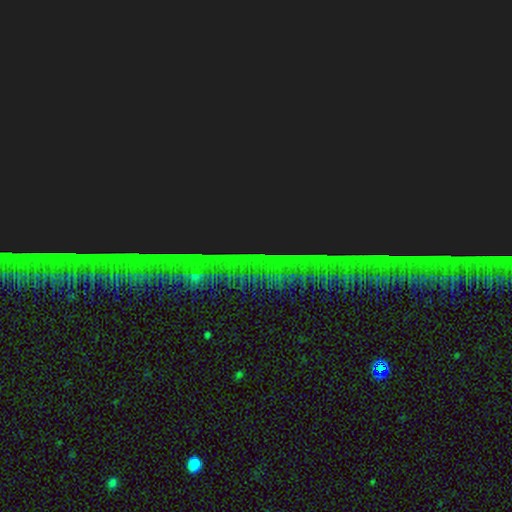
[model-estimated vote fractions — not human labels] Q: Smooth or featured?
A: star or artifact (87%); runner-up: featured or disk (7%)